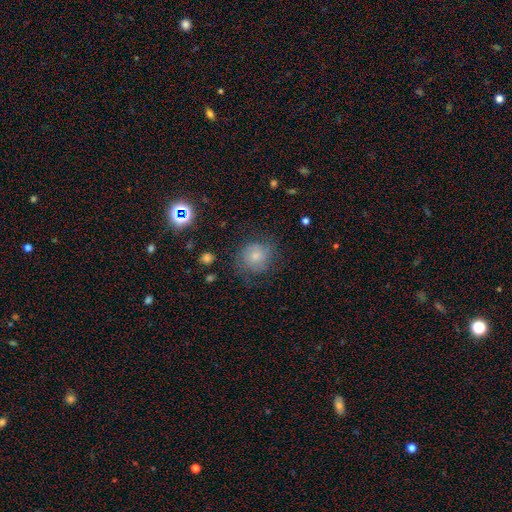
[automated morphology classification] This is likely a smooth galaxy (70%). How rounded: clearly round (84%). Merging: likely none (68%).